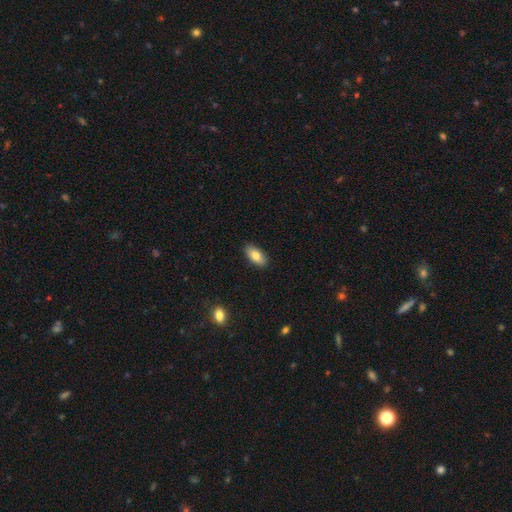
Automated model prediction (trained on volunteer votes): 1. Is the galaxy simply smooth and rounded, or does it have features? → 79% smooth, 14% featured or disk, 7% star or artifact.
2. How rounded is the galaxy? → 90% in between, 7% cigar-shaped, 3% round.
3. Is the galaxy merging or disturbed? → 88% none, 9% minor disturbance, 2% major disturbance, 1% merger.